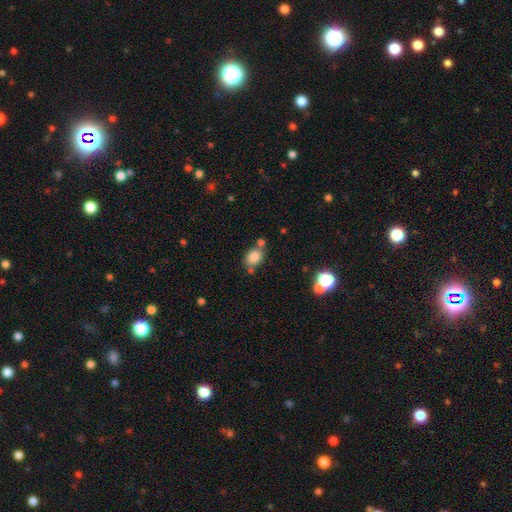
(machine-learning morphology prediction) A smooth galaxy with no disk features (83%) that is in between round and cigar-shaped (59%). Merging: none (62%).